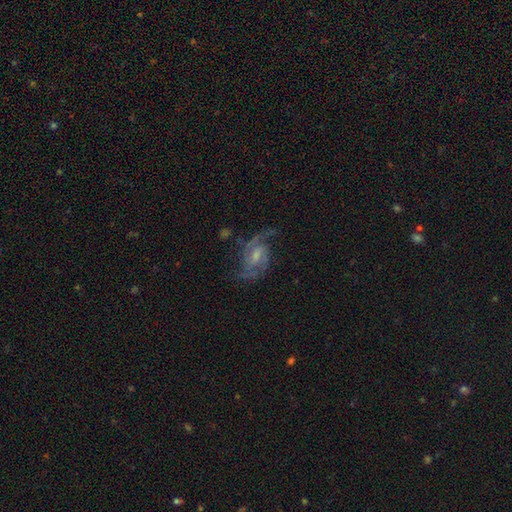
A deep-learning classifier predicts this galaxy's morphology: Smooth or featured: featured or disk — 86% (smooth — 8%)
Edge-on disk: no — 97% (yes — 3%)
Bar: weak — 54% (no — 33%)
Spiral arms: yes — 96% (no — 4%)
Spiral winding: medium — 52% (loose — 28%)
Spiral arm count: 2 — 76% (3 — 8%)
Bulge size: small — 45% (moderate — 39%)
Merging: none — 63% (minor disturbance — 19%)